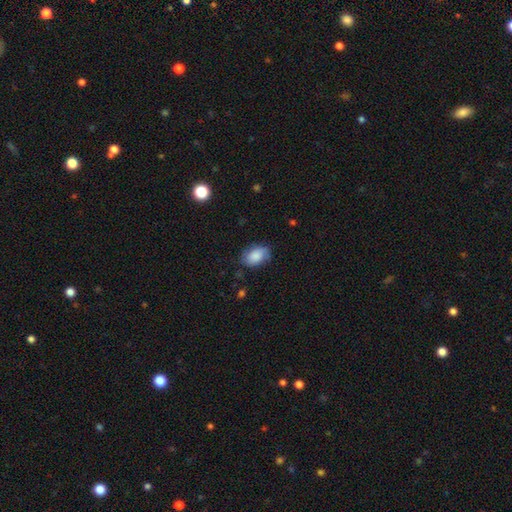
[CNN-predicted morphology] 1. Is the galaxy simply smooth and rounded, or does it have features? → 81% smooth, 11% featured or disk, 7% star or artifact.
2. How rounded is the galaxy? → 86% in between, 12% round, 1% cigar-shaped.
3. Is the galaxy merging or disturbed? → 71% none, 22% minor disturbance, 6% major disturbance, 1% merger.